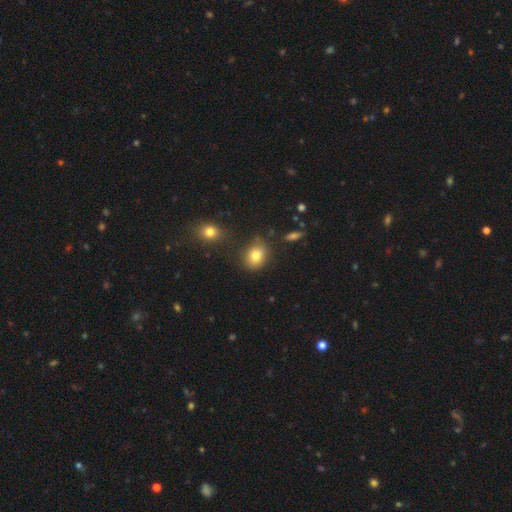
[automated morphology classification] Smooth or featured? Predicted: smooth (p=0.81). How rounded? Predicted: in between (p=0.56). Merging? Predicted: none (p=0.77).